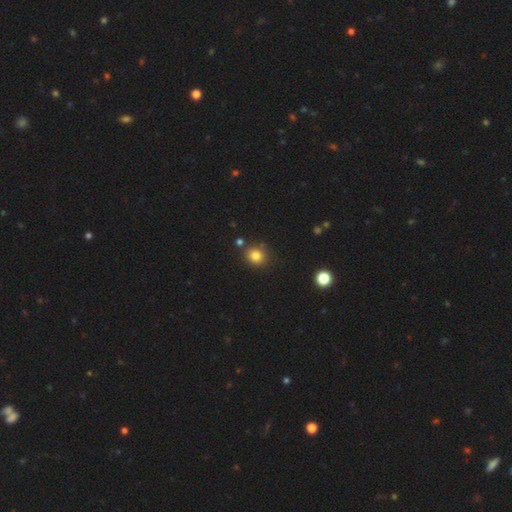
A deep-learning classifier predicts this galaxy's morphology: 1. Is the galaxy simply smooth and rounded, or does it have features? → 82% smooth, 13% star or artifact, 6% featured or disk.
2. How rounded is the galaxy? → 77% round, 22% in between, 1% cigar-shaped.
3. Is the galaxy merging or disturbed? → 79% none, 11% minor disturbance, 7% merger, 3% major disturbance.